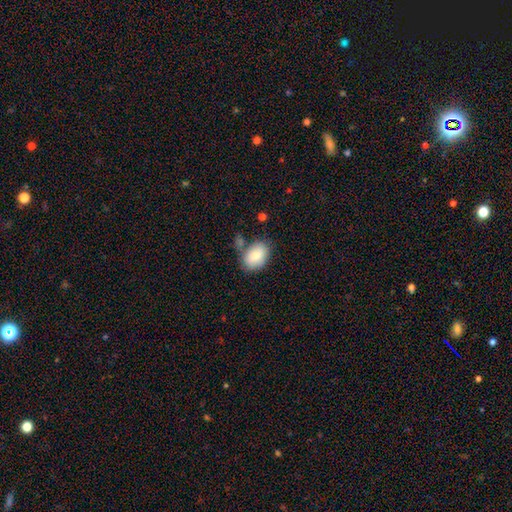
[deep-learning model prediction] Smooth or featured?
  - smooth: 83% *
  - featured or disk: 10%
  - star or artifact: 7%
How rounded?
  - in between: 86% *
  - round: 12%
  - cigar-shaped: 1%
Merging?
  - none: 65% *
  - minor disturbance: 18%
  - merger: 11%
  - major disturbance: 5%